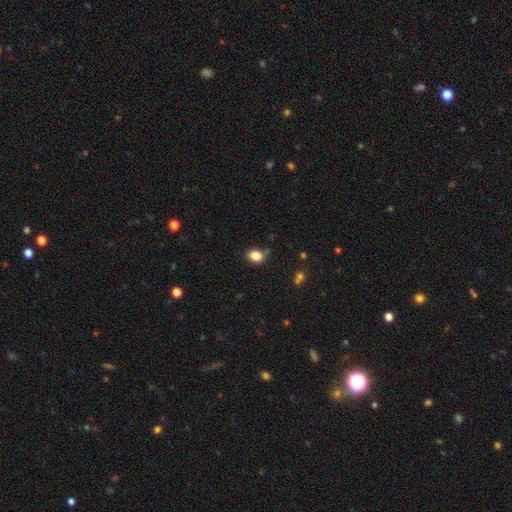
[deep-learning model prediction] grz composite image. It shows a smooth galaxy with no disk features (84%) that is in between round and cigar-shaped (54%). Merging: none (76%).